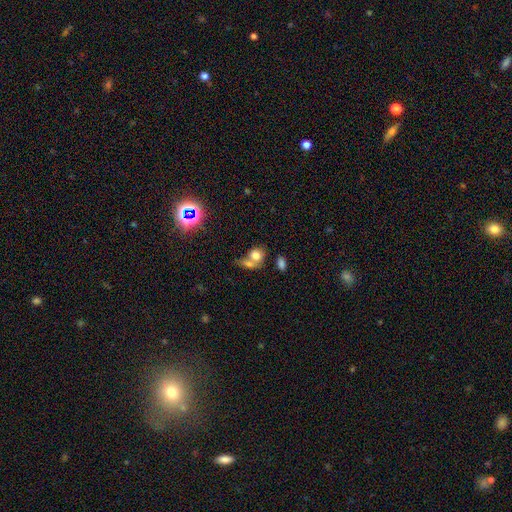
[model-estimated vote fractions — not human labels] This is likely a smooth galaxy (73%). How rounded: possibly in between (52%). Merging: possibly merger (51%).